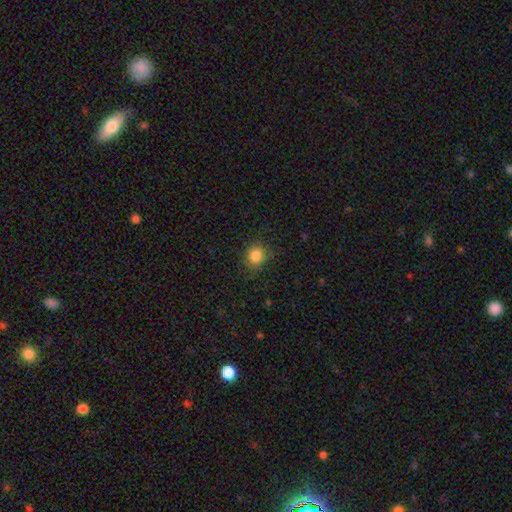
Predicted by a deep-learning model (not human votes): This appears to be a smooth galaxy with no disk features (85%) that is round (81%). Merging: none (82%).